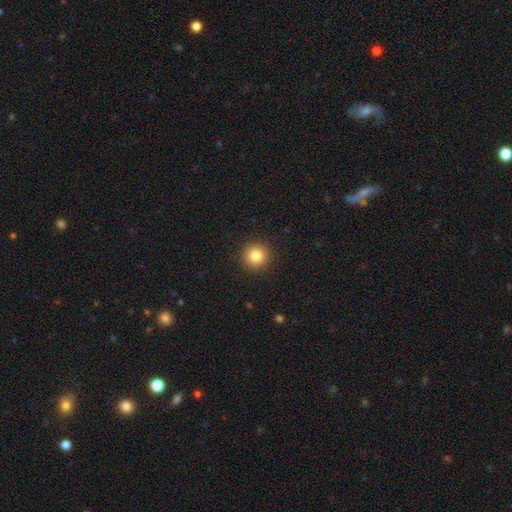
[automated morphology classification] This is clearly a smooth galaxy (83%). How rounded: clearly round (95%). Merging: clearly none (92%).